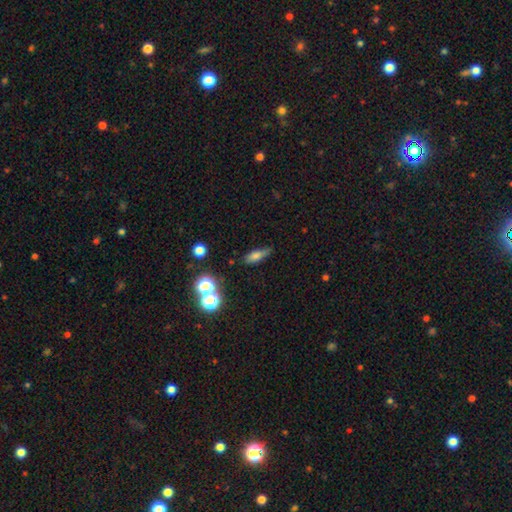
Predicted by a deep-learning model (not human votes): This is likely a smooth galaxy (67%). How rounded: possibly in between (51%). Merging: likely none (68%).